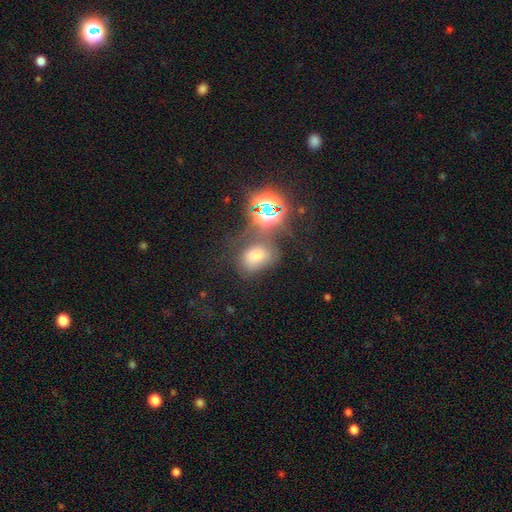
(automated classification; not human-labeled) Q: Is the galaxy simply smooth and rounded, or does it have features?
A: smooth — 59%.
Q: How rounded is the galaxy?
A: in between — 72%.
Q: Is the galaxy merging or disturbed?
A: none — 53%.